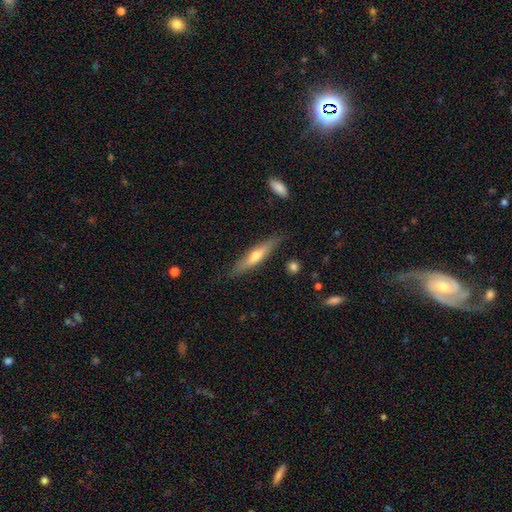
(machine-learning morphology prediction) Smooth or featured? Predicted: featured or disk (p=0.50). Merging? Predicted: none (p=0.85).